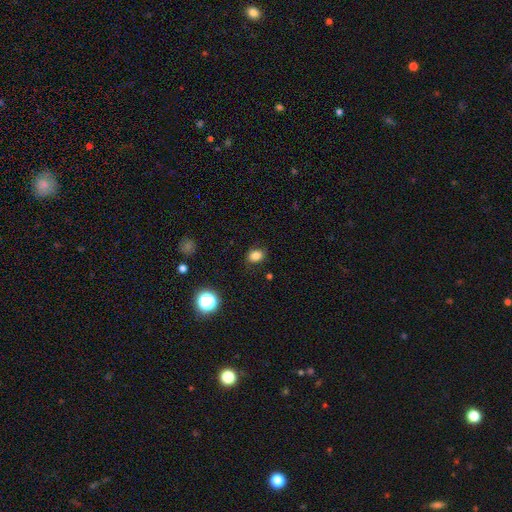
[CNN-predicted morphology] smooth-or-featured: smooth: 81% | star or artifact: 13% | featured or disk: 6%
  how-rounded: in between: 58% | round: 41% | cigar-shaped: 1%
  merging: none: 83% | minor disturbance: 13% | major disturbance: 3% | merger: 1%